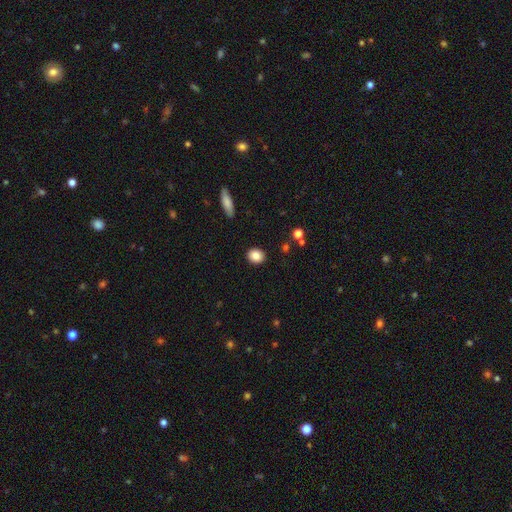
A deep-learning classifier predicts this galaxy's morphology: Smooth or featured? smooth (85%)
How rounded? round (59%)
Merging? none (90%)